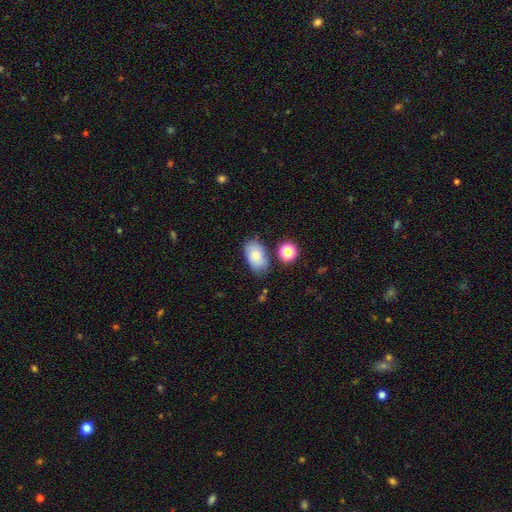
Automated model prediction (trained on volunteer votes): Smooth or featured? smooth (78%)
How rounded? in between (91%)
Merging? none (71%)